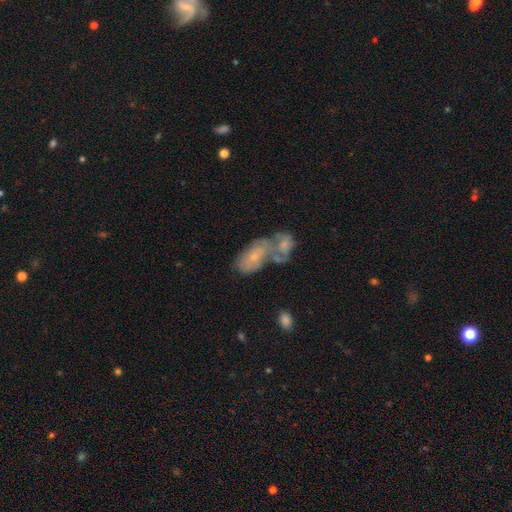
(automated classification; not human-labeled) smooth_or_featured: featured or disk (p=0.48) [alt: smooth p=0.42]
merging: merger (p=0.57) [alt: none p=0.25]